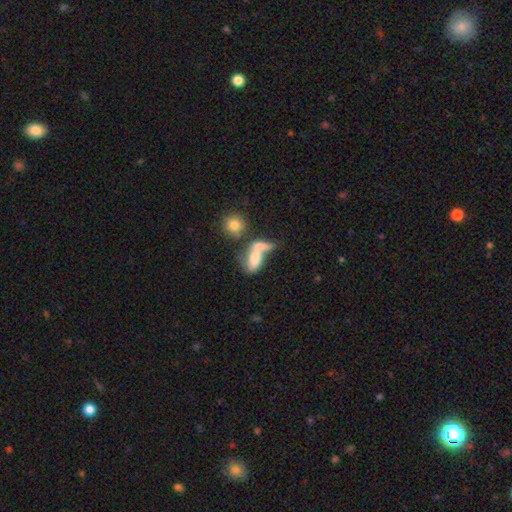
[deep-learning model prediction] smooth_or_featured: smooth (p=0.68) [alt: featured or disk p=0.23]
how_rounded: in between (p=0.77) [alt: cigar-shaped p=0.14]
merging: merger (p=0.55) [alt: none p=0.22]